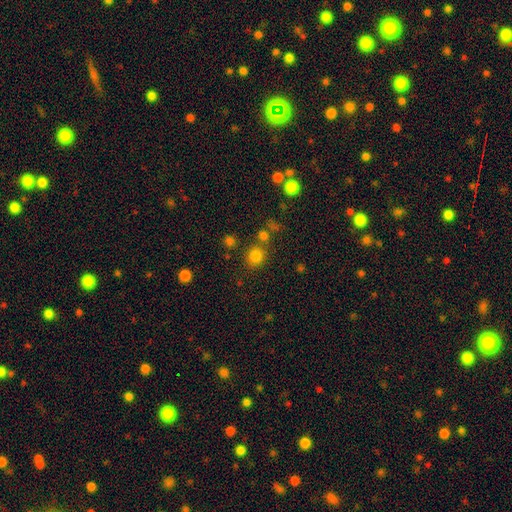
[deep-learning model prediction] Q: Smooth or featured?
A: smooth (79%); runner-up: star or artifact (15%)
Q: How rounded?
A: round (82%); runner-up: in between (17%)
Q: Merging?
A: none (74%); runner-up: merger (14%)